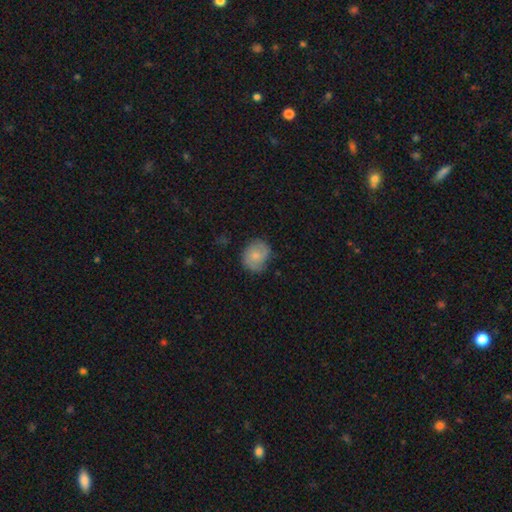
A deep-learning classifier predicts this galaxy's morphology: This appears to be a smooth galaxy with no disk features (58%) that is round (64%). Merging: none (65%).